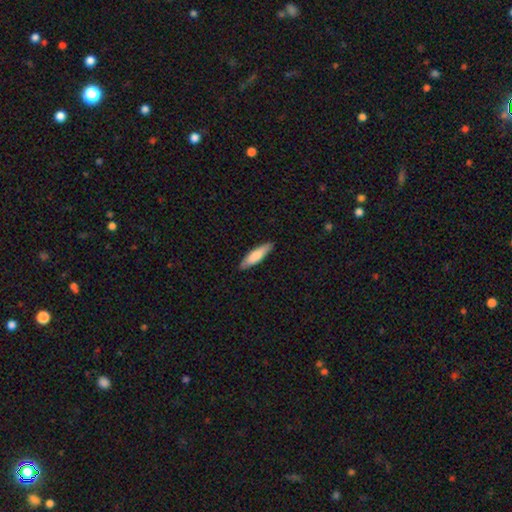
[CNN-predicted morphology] Overall: smooth (79%). How rounded: cigar-shaped (67%; in between 32%). Merging: none (87%).